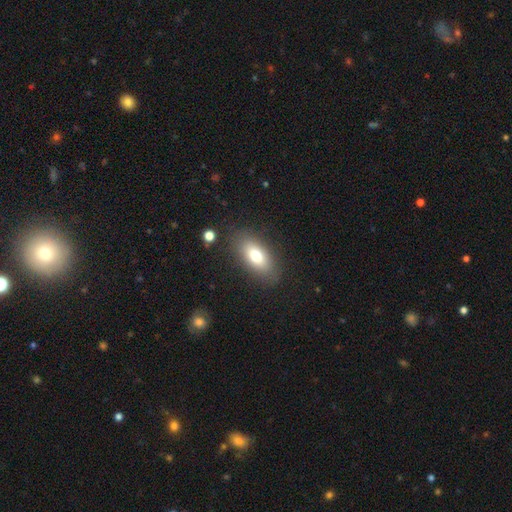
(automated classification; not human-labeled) Q: Smooth or featured?
A: smooth (73%); runner-up: featured or disk (19%)
Q: How rounded?
A: in between (87%); runner-up: cigar-shaped (7%)
Q: Merging?
A: none (83%); runner-up: minor disturbance (11%)